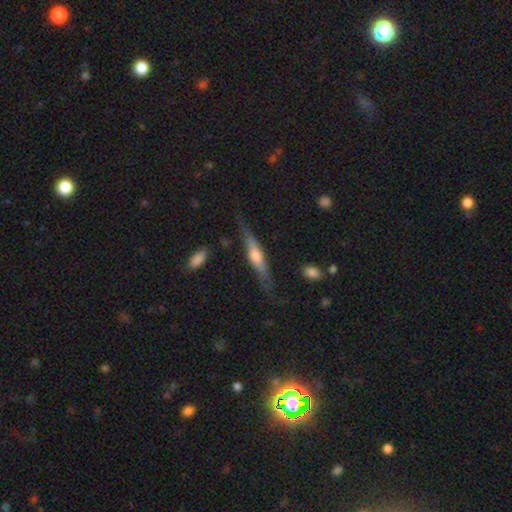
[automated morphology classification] smooth_or_featured: featured or disk (p=0.64) [alt: smooth p=0.30]
disk_edge_on: yes (p=0.94) [alt: no p=0.06]
edge_on_bulge: rounded (p=0.82) [alt: boxy p=0.11]
merging: none (p=0.78) [alt: minor disturbance p=0.16]